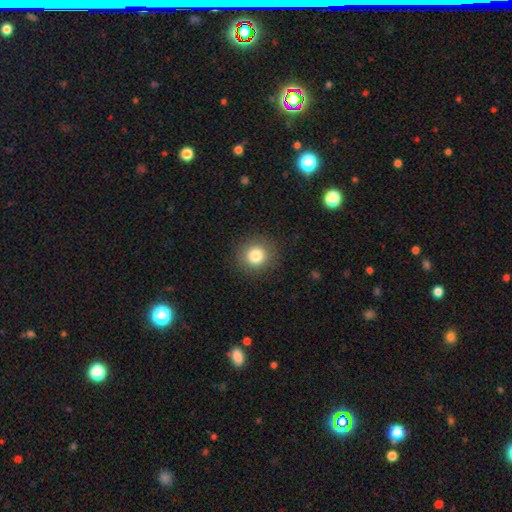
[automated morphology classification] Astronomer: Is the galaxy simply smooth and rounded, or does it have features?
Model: smooth — 82%.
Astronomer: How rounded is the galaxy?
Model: round — 92%.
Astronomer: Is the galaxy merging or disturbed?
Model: none — 90%.